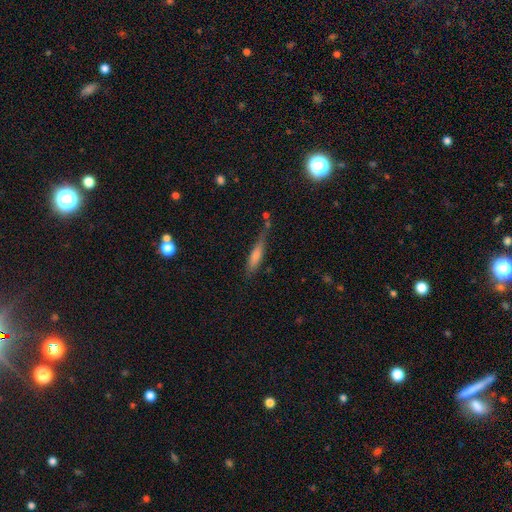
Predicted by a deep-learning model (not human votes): Q: Smooth or featured?
A: smooth (72%); runner-up: featured or disk (21%)
Q: How rounded?
A: cigar-shaped (76%); runner-up: in between (22%)
Q: Merging?
A: none (52%); runner-up: minor disturbance (29%)